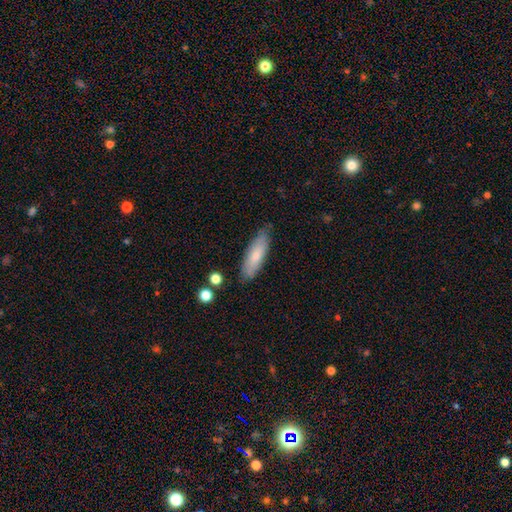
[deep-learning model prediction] The model was most divided on "how rounded": cigar-shaped: 50%, in between: 49%, round: 2%. More confident: merging — none (82%); smooth or featured — smooth (75%).